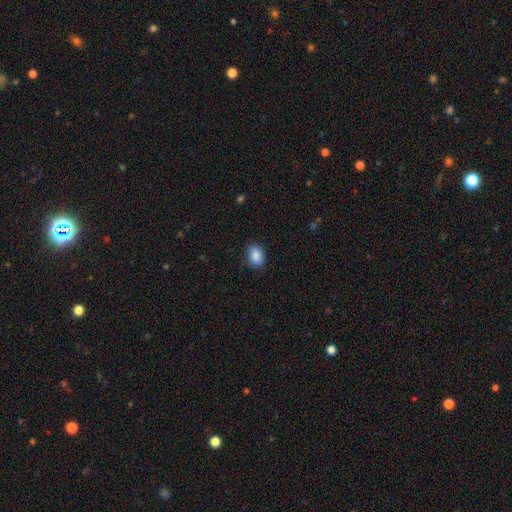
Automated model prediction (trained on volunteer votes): This is clearly a smooth galaxy (87%). How rounded: likely in between (77%). Merging: likely none (79%).